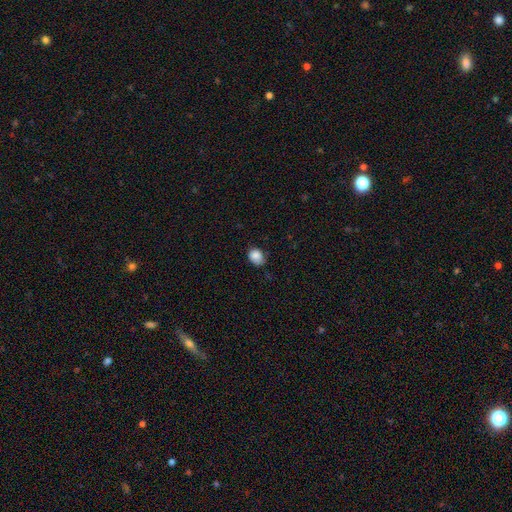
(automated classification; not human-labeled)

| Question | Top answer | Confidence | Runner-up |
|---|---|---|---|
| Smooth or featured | smooth | 87% | star or artifact (9%) |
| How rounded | in between | 51% | round (48%) |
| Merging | none | 64% | minor disturbance (29%) |